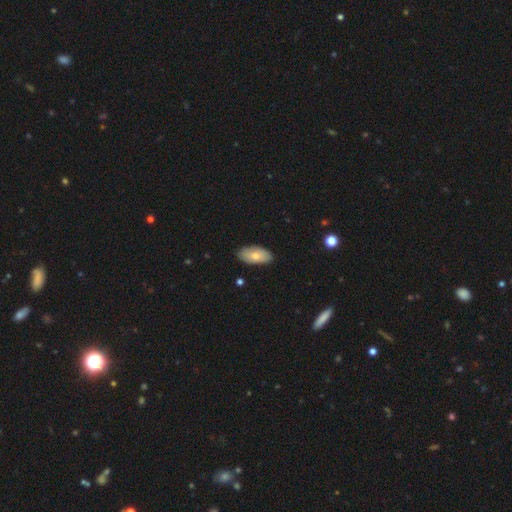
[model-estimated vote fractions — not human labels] This is likely a smooth galaxy (73%). How rounded: clearly in between (93%). Merging: clearly none (85%).